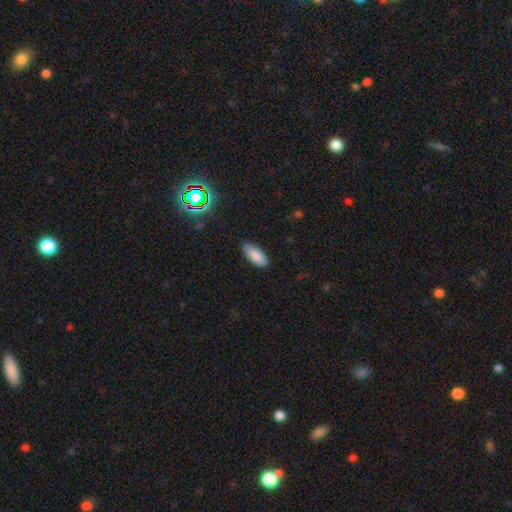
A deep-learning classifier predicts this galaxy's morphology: Smooth or featured: smooth — 87% (star or artifact — 7%)
How rounded: in between — 87% (cigar-shaped — 11%)
Merging: none — 83% (minor disturbance — 14%)